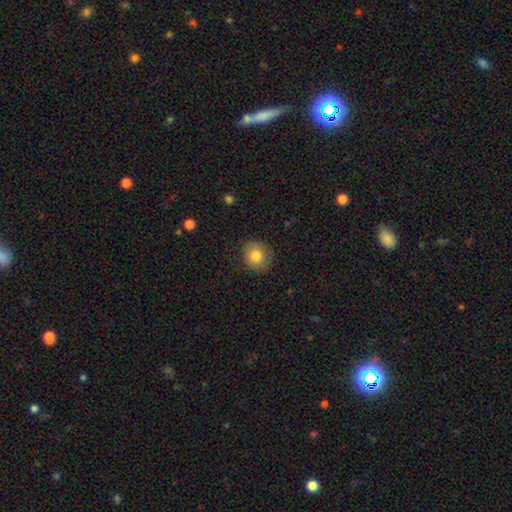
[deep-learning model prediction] This is clearly a smooth galaxy (81%). How rounded: clearly round (82%). Merging: clearly none (83%).